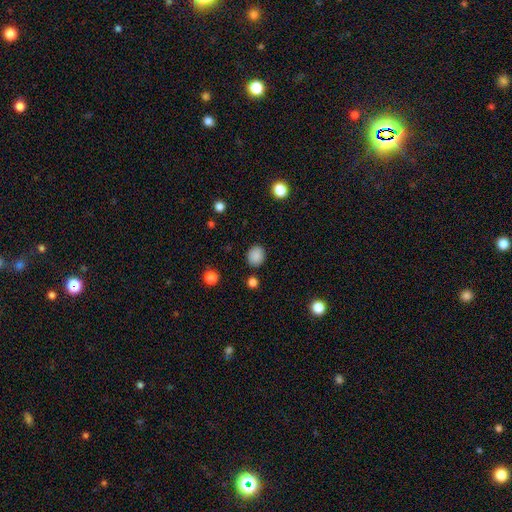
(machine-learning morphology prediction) A smooth galaxy with no disk features (86%) that is round (68%).

Vote fractions:
- Smooth or featured? smooth: 86% / star or artifact: 10% / featured or disk: 3%
- How rounded? round: 68% / in between: 31% / cigar-shaped: 1%
- Merging? none: 87% / minor disturbance: 9% / major disturbance: 3% / merger: 2%